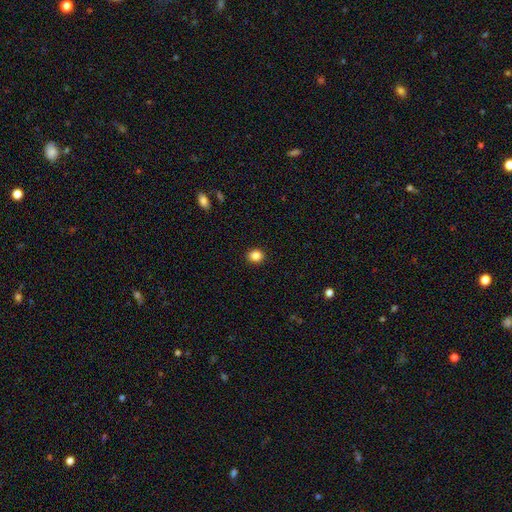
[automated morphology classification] Smooth or featured?
  - smooth: 85% *
  - star or artifact: 11%
  - featured or disk: 4%
How rounded?
  - round: 78% *
  - in between: 21%
  - cigar-shaped: 1%
Merging?
  - none: 92% *
  - minor disturbance: 5%
  - major disturbance: 2%
  - merger: 1%